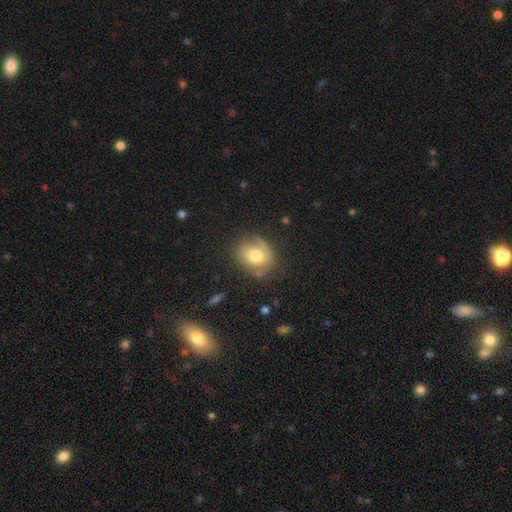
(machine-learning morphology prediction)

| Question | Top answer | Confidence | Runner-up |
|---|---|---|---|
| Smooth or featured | smooth | 61% | featured or disk (30%) |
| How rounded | round | 55% | in between (44%) |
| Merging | none | 63% | minor disturbance (23%) |